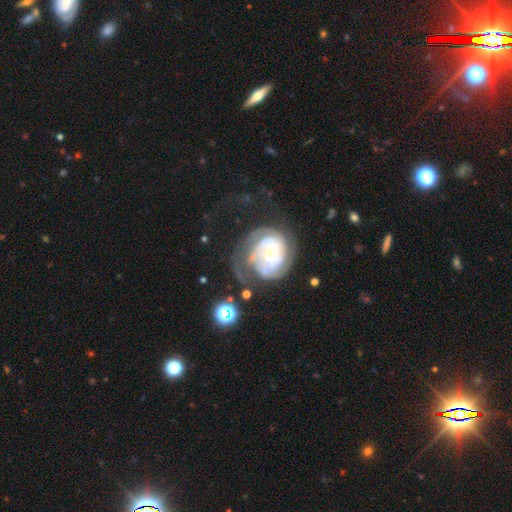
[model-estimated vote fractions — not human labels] A featured or disk galaxy (80%) with no bar (53%), tight (66%) spiral arms (91%) and a small central bulge (47%).

Vote fractions:
- Smooth or featured? featured or disk: 80% / smooth: 12% / star or artifact: 8%
- Edge-on disk? no: 97% / yes: 3%
- Bar? no: 53% / weak: 34% / strong: 12%
- Spiral arms? yes: 91% / no: 9%
- Spiral winding? tight: 66% / medium: 25% / loose: 9%
- Spiral arm count? can't tell: 35% / 2: 34% / 3: 14% / 1: 8% / 4: 5% / more than 4: 4%
- Bulge size? small: 47% / moderate: 46% / large: 4% / none: 2% / dominant: 1%
- Merging? none: 49% / major disturbance: 28% / minor disturbance: 20% / merger: 4%